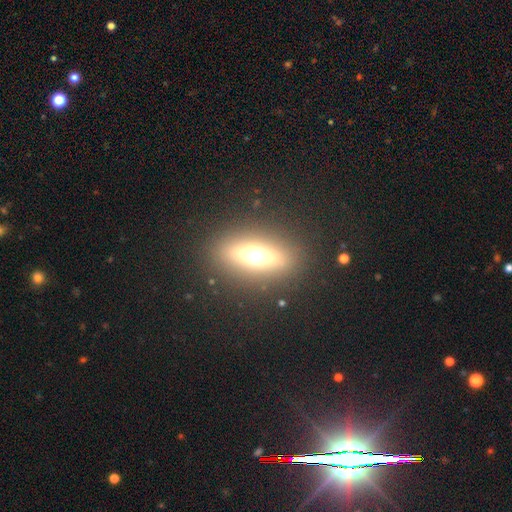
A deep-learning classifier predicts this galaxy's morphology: This is marginally a featured or disk galaxy (42%). Merging: clearly none (86%).